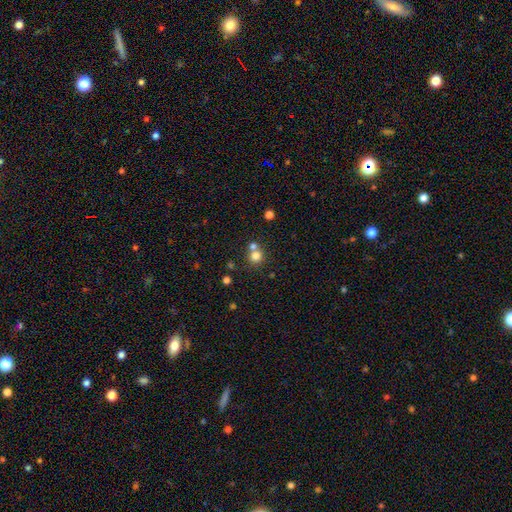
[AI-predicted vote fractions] Q: Smooth or featured?
A: smooth (77%); runner-up: star or artifact (14%)
Q: How rounded?
A: round (90%); runner-up: in between (9%)
Q: Merging?
A: none (55%); runner-up: merger (36%)